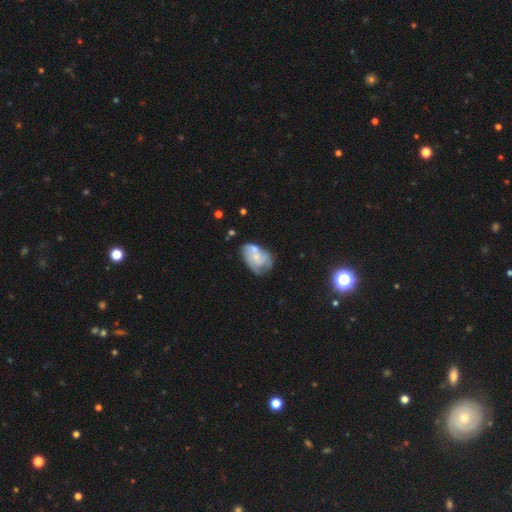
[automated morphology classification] A featured or disk galaxy (59%) with no bar (74%), spiral arms (64%) and a small central bulge (47%).

Vote fractions:
- Smooth or featured? featured or disk: 59% / smooth: 33% / star or artifact: 8%
- Edge-on disk? no: 97% / yes: 3%
- Bar? no: 74% / weak: 22% / strong: 4%
- Spiral arms? yes: 64% / no: 36%
- Bulge size? small: 47% / moderate: 29% / none: 20% / large: 3% / dominant: 1%
- Merging? none: 34% / minor disturbance: 25% / merger: 25% / major disturbance: 17%